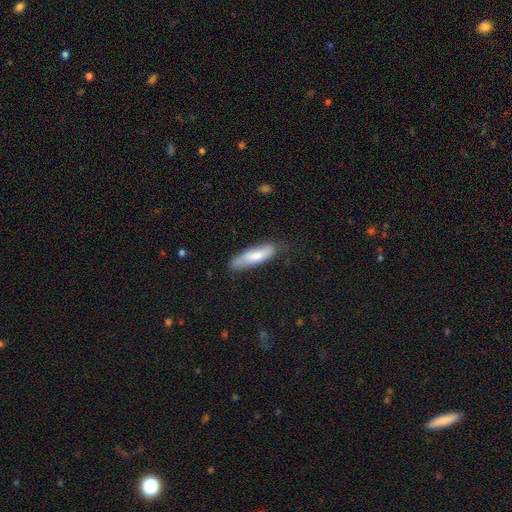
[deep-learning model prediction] A smooth galaxy with no disk features (72%) that is cigar-shaped (68%). Merging: none (68%).